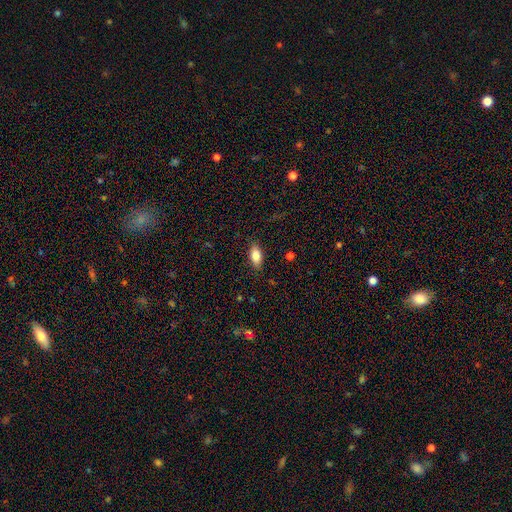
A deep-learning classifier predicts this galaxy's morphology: Q: Smooth or featured?
A: smooth (82%); runner-up: featured or disk (11%)
Q: How rounded?
A: in between (87%); runner-up: cigar-shaped (9%)
Q: Merging?
A: none (85%); runner-up: minor disturbance (11%)